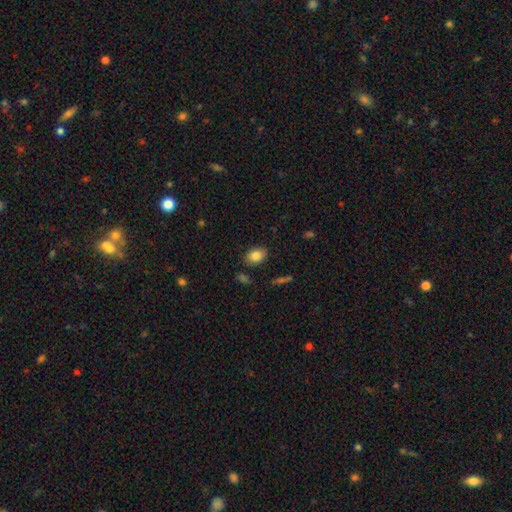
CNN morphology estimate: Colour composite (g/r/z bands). It shows a smooth galaxy with no disk features (84%) that is in between round and cigar-shaped (81%). Merging: none (84%).